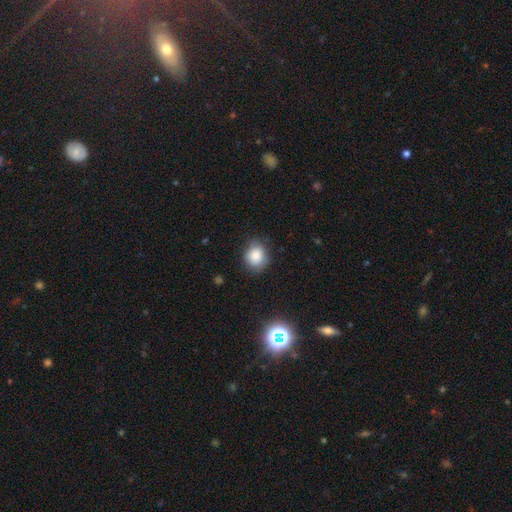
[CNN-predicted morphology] A smooth galaxy with no disk features (83%) that is round (64%).

Vote fractions:
- Smooth or featured? smooth: 83% / star or artifact: 10% / featured or disk: 7%
- How rounded? round: 64% / in between: 35% / cigar-shaped: 1%
- Merging? none: 74% / minor disturbance: 20% / major disturbance: 4% / merger: 1%